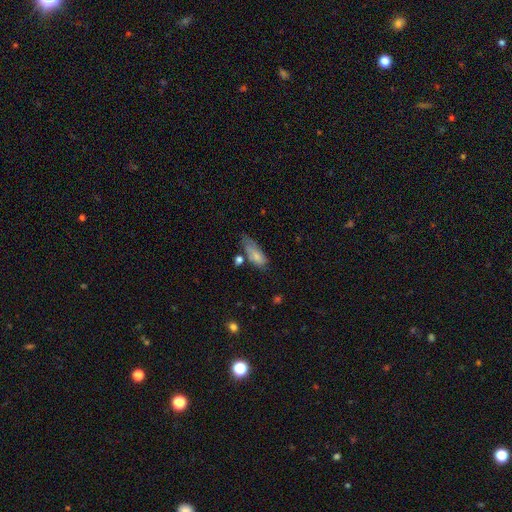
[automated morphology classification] A smooth galaxy with no disk features (74%) that is in between round and cigar-shaped (75%). Merging: none (41%).